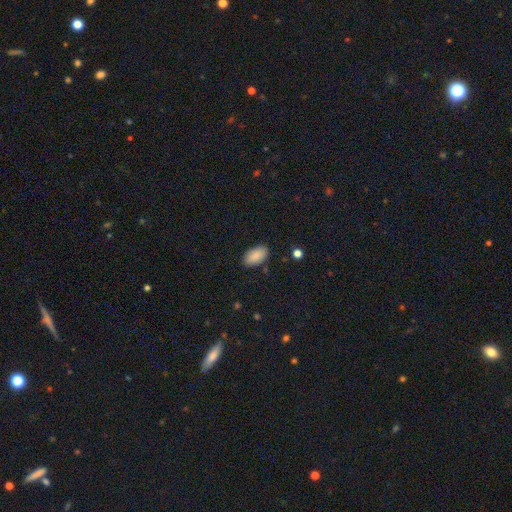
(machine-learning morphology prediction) smooth 88%, star or artifact 7%, featured or disk 5%. Down the decision tree: how rounded — in between (95%); merging — none (87%).